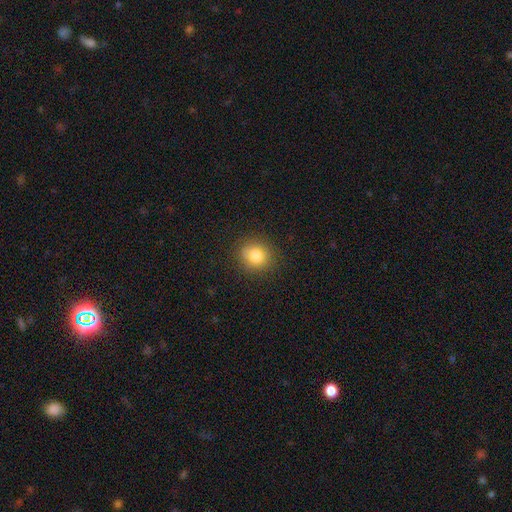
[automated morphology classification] smooth_or_featured: smooth (p=0.83) [alt: star or artifact p=0.10]
how_rounded: round (p=0.81) [alt: in between p=0.18]
merging: none (p=0.87) [alt: minor disturbance p=0.09]